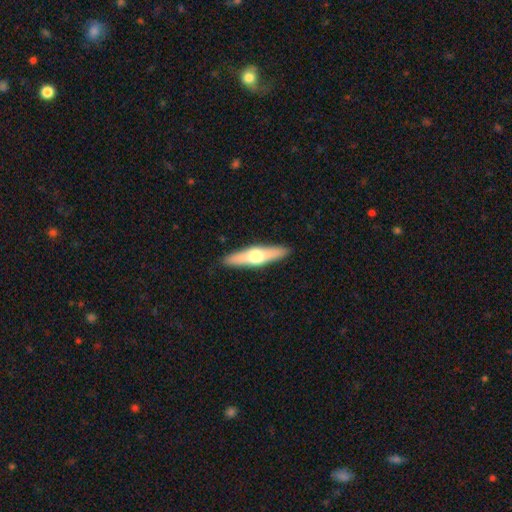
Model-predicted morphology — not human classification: Q: Smooth or featured?
A: featured or disk (57%); runner-up: smooth (38%)
Q: Edge-on disk?
A: yes (94%); runner-up: no (6%)
Q: Edge-on bulge?
A: rounded (95%); runner-up: boxy (3%)
Q: Merging?
A: none (90%); runner-up: minor disturbance (7%)